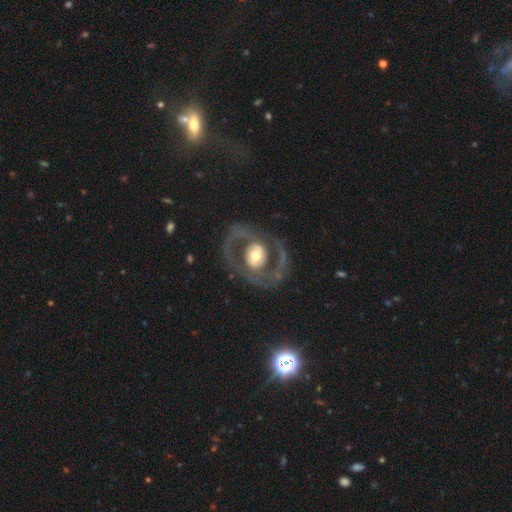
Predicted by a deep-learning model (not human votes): Smooth or featured? featured or disk (75%)
Edge-on disk? no (96%)
Bar? no (66%)
Spiral arms? yes (53%)
Bulge size? moderate (62%)
Merging? none (70%)